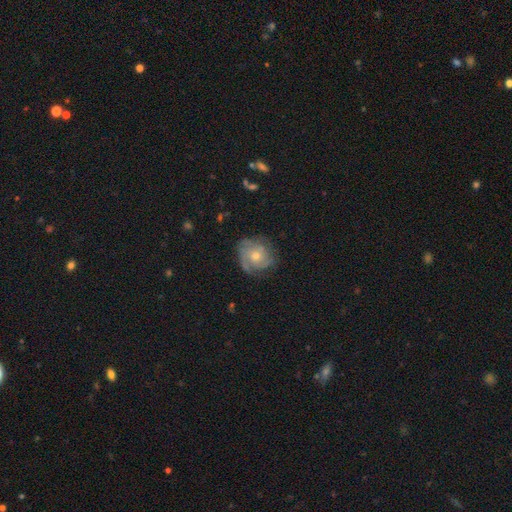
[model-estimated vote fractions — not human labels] Q: Smooth or featured?
A: featured or disk (73%); runner-up: smooth (18%)
Q: Edge-on disk?
A: no (97%); runner-up: yes (3%)
Q: Bar?
A: no (82%); runner-up: weak (16%)
Q: Spiral arms?
A: yes (91%); runner-up: no (9%)
Q: Spiral winding?
A: tight (64%); runner-up: medium (28%)
Q: Spiral arm count?
A: can't tell (33%); runner-up: 3 (27%)
Q: Bulge size?
A: moderate (53%); runner-up: small (43%)
Q: Merging?
A: none (74%); runner-up: minor disturbance (18%)